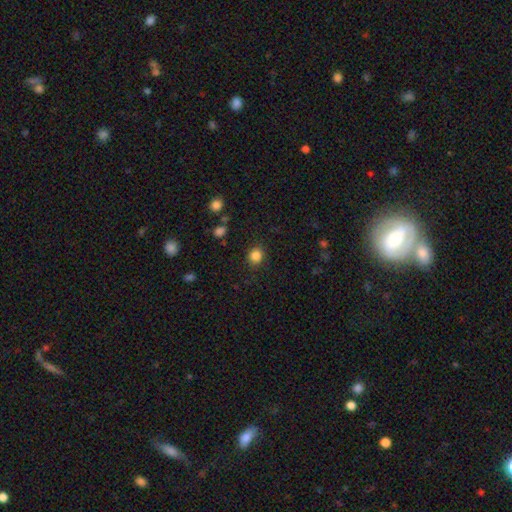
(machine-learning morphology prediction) Smooth or featured? smooth (85%)
How rounded? round (74%)
Merging? none (87%)